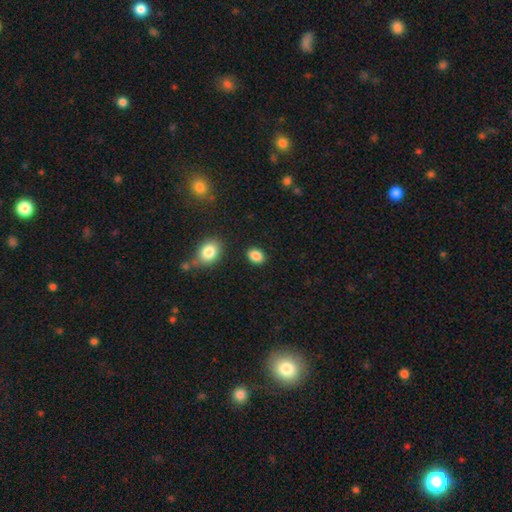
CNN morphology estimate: Smooth or featured?
  - smooth: 87% *
  - star or artifact: 9%
  - featured or disk: 4%
How rounded?
  - in between: 70% *
  - round: 29%
  - cigar-shaped: 1%
Merging?
  - none: 85% *
  - minor disturbance: 9%
  - merger: 3%
  - major disturbance: 3%